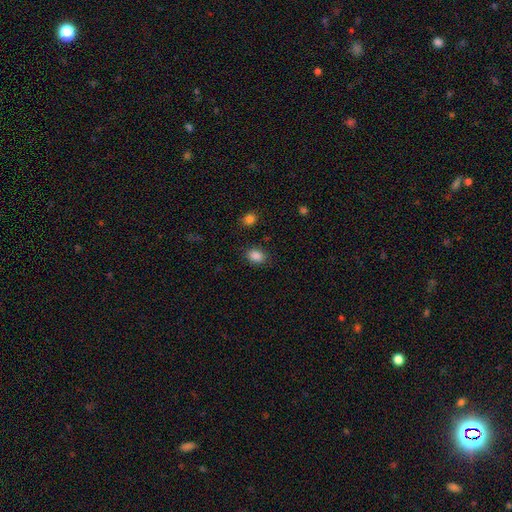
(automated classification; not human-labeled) A smooth galaxy with no disk features (87%) that is in between round and cigar-shaped (69%). Merging: none (84%).